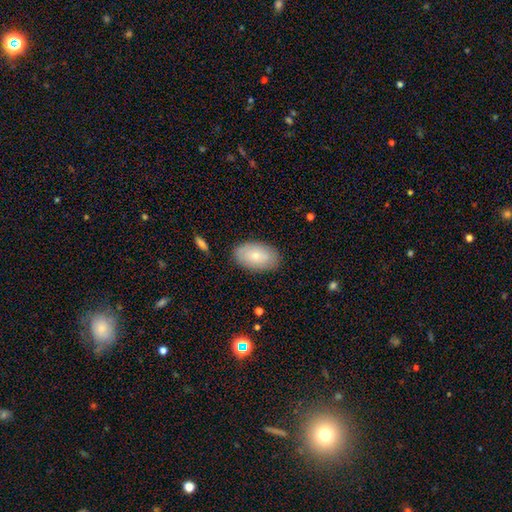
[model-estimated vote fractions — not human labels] A smooth galaxy with no disk features (71%) that is in between round and cigar-shaped (94%). Merging: none (85%).